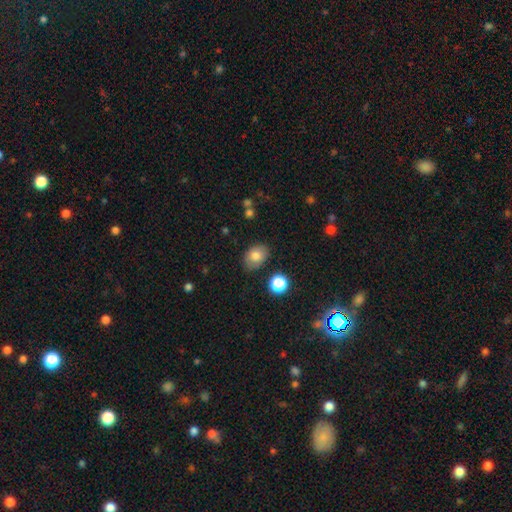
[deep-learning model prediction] Morphology: type=smooth (79%); roundness=in between (74%); merging=none (80%).